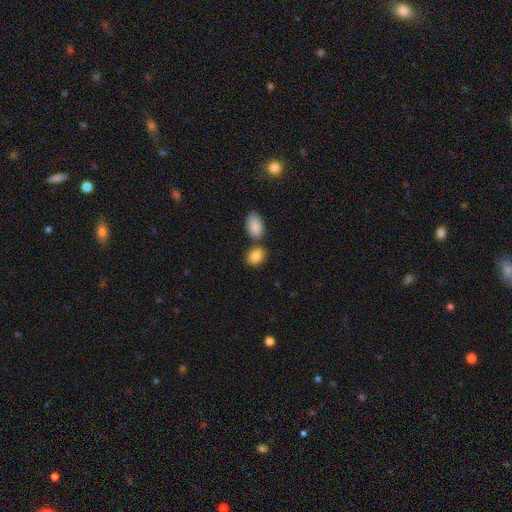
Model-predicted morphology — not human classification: This appears to be a smooth galaxy with no disk features (86%) that is in between round and cigar-shaped (70%). Merging: none (62%).